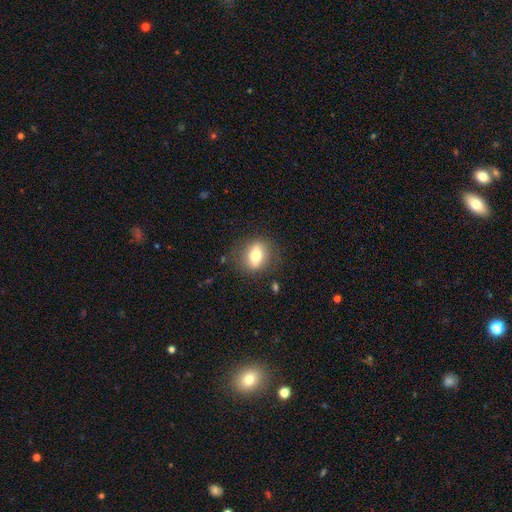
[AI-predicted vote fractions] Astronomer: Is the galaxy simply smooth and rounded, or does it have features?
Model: smooth — 65%.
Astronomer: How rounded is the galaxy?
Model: in between — 59% (runner-up: round, 37%).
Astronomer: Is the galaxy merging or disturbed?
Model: none — 82%.